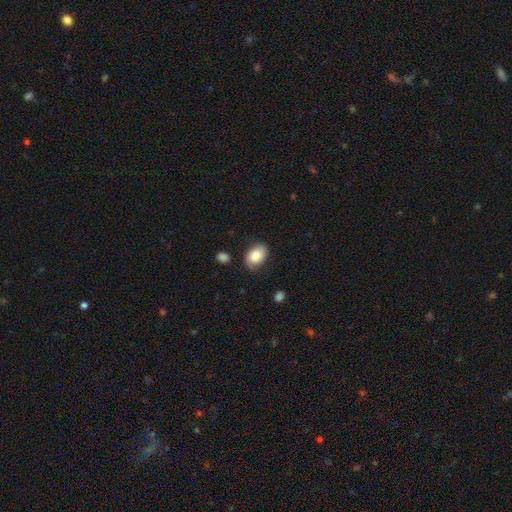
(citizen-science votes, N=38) This appears to be a smooth galaxy with no disk features (87%) that is in between round and cigar-shaped (91%). Merging: none (76%).